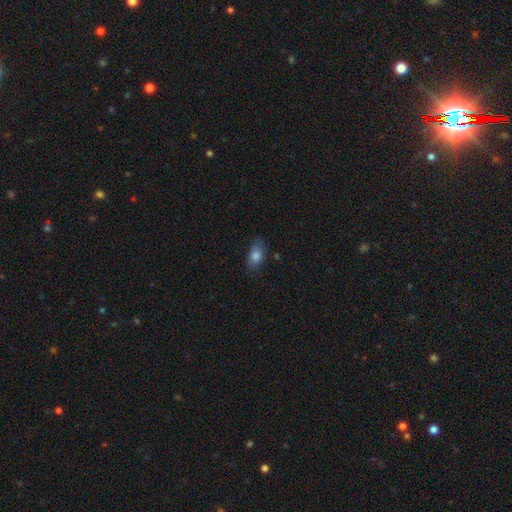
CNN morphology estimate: A smooth galaxy with no disk features (82%) that is in between round and cigar-shaped (86%).

Vote fractions:
- Smooth or featured? smooth: 82% / featured or disk: 10% / star or artifact: 9%
- How rounded? in between: 86% / round: 12% / cigar-shaped: 3%
- Merging? none: 74% / minor disturbance: 20% / major disturbance: 5% / merger: 1%